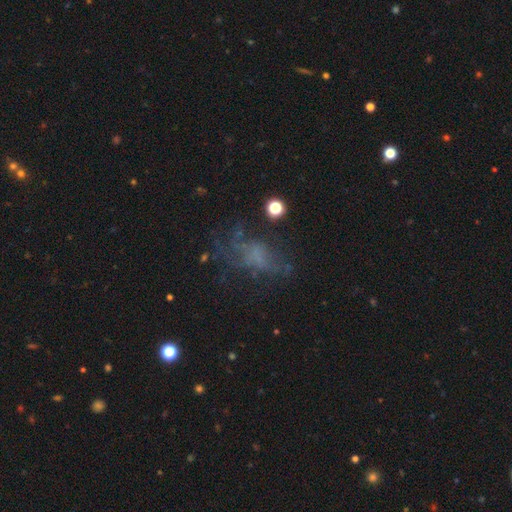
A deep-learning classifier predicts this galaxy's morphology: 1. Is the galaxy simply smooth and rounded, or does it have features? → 43% featured or disk, 30% smooth, 27% star or artifact.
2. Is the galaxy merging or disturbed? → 46% none, 30% major disturbance, 20% minor disturbance, 4% merger.